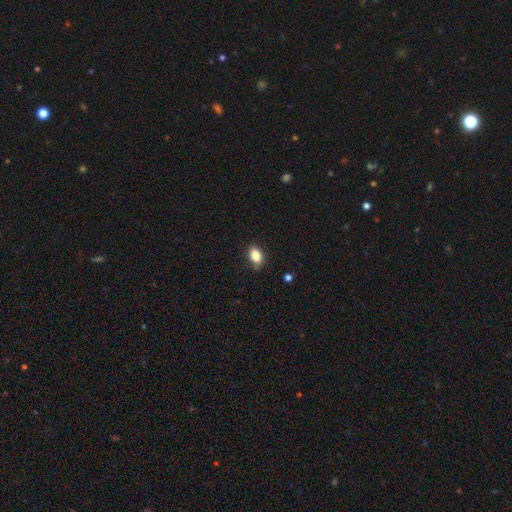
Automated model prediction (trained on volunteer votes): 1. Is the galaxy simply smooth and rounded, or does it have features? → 85% smooth, 9% star or artifact, 6% featured or disk.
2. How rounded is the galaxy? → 82% in between, 16% round, 2% cigar-shaped.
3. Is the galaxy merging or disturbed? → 80% none, 16% minor disturbance, 3% major disturbance, 2% merger.